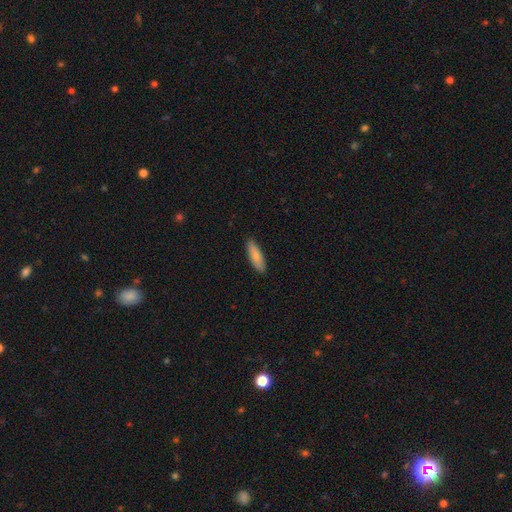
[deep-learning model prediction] This appears to be a smooth galaxy with no disk features (81%) that is in between round and cigar-shaped (49%, tied with cigar-shaped). Merging: none (89%).